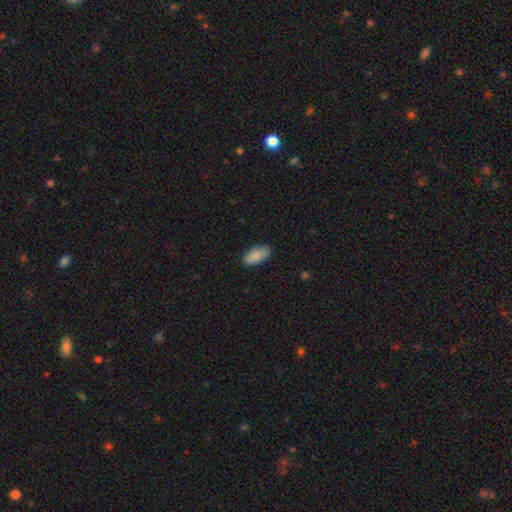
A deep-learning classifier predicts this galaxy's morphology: smooth-or-featured: smooth: 88% | star or artifact: 6% | featured or disk: 6%
  how-rounded: in between: 92% | cigar-shaped: 6% | round: 2%
  merging: none: 85% | minor disturbance: 12% | major disturbance: 2% | merger: 1%